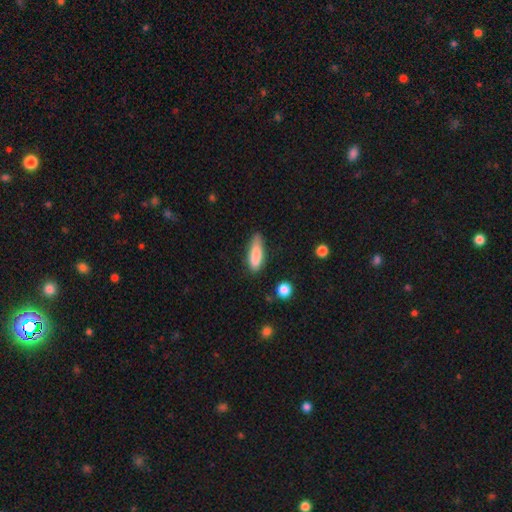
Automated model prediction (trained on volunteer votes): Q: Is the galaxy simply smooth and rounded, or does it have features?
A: smooth — 84%.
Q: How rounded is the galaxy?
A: cigar-shaped — 50%.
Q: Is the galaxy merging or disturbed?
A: none — 66%.